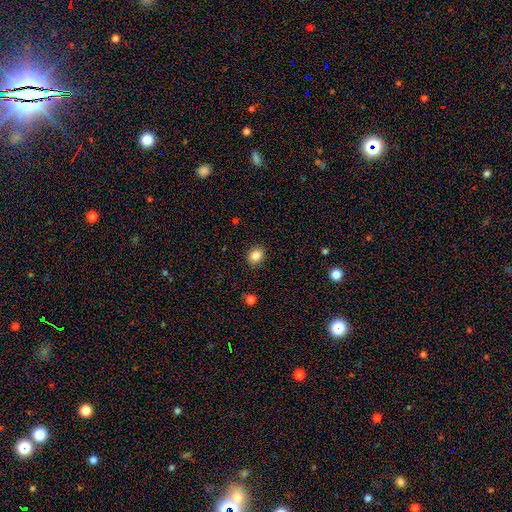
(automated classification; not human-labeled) This appears to be a smooth galaxy with no disk features (86%) that is round (55%). Merging: none (87%).